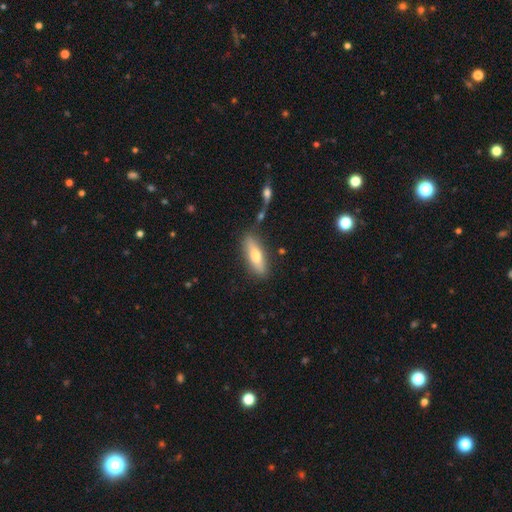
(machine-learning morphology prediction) The model was most divided on "how rounded": cigar-shaped: 50%, in between: 48%, round: 2%. More confident: merging — none (79%); smooth or featured — smooth (65%).